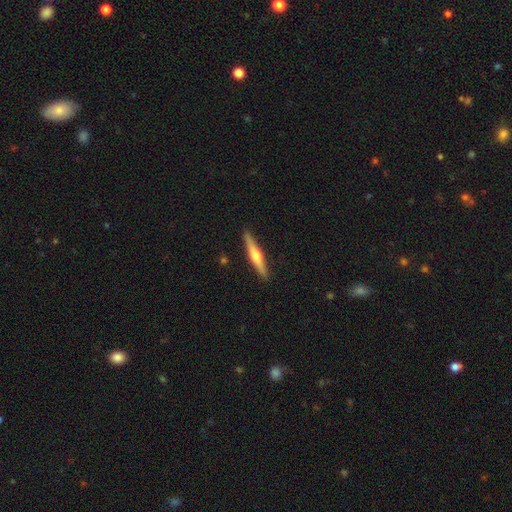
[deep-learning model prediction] A featured or disk galaxy (60%) viewed edge-on (97%) with a rounded central bulge (91%). Merging: none (91%).